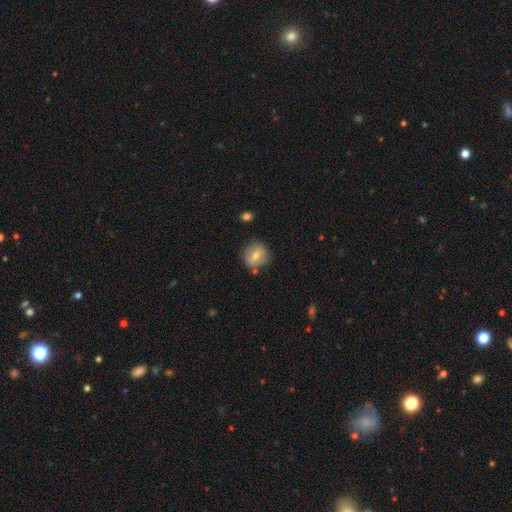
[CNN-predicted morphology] type=smooth (66%); roundness=round (86%); merging=none (79%).